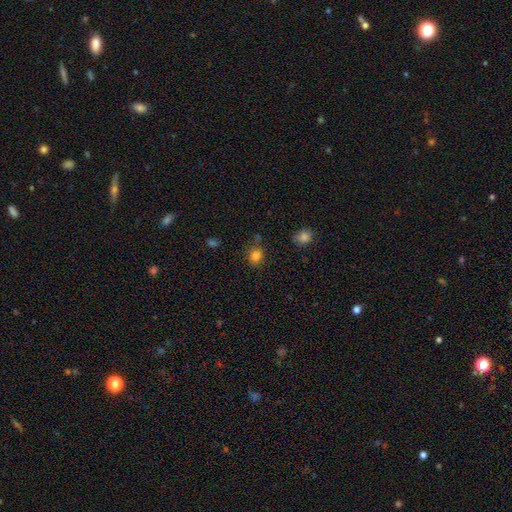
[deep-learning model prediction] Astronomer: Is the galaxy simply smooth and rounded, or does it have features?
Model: smooth — 82%.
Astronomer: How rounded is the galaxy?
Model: round — 76%.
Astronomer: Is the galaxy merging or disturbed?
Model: none — 79%.